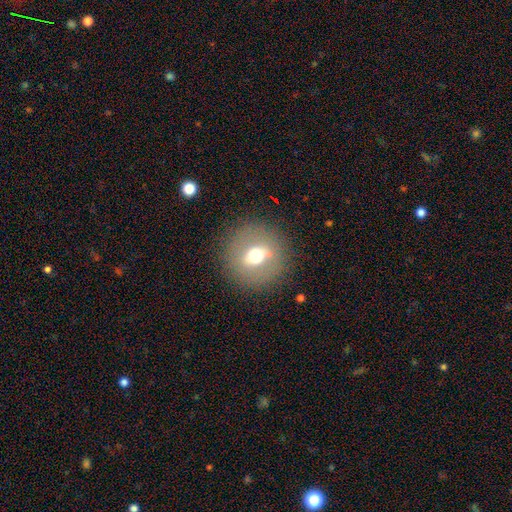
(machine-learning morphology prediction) This is possibly a smooth galaxy (50%). How rounded: clearly round (89%). Merging: clearly none (89%).